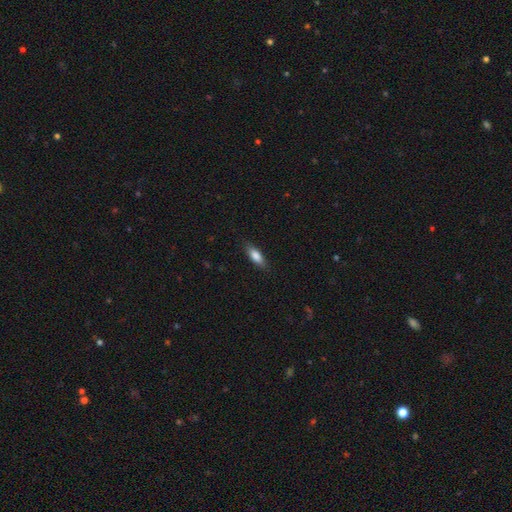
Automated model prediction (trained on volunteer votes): smooth-or-featured: smooth: 82% | featured or disk: 11% | star or artifact: 6%
  how-rounded: in between: 67% | cigar-shaped: 31% | round: 2%
  merging: none: 84% | minor disturbance: 12% | major disturbance: 3% | merger: 1%